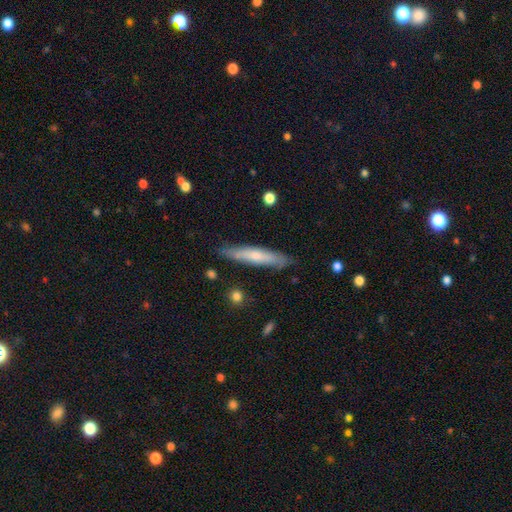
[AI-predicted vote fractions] Smooth or featured? smooth (54%)
How rounded? cigar-shaped (91%)
Merging? none (84%)